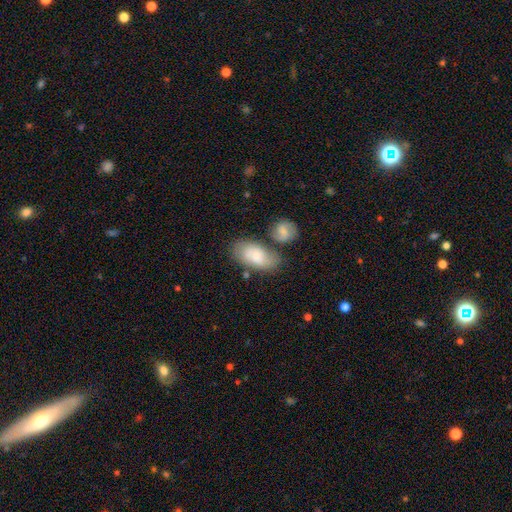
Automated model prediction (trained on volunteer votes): This is likely a smooth galaxy (70%). How rounded: clearly in between (92%). Merging: possibly none (53%).